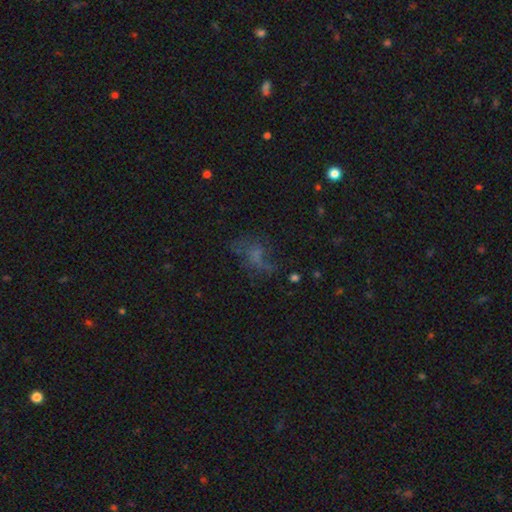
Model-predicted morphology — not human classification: Smooth or featured: smooth — 37% (featured or disk — 36%)
Merging: none — 40% (major disturbance — 36%)